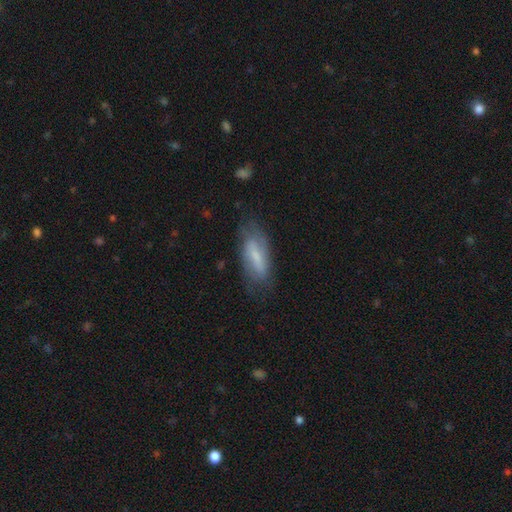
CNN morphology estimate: Smooth or featured? Predicted: featured or disk (p=0.47). Merging? Predicted: none (p=0.69).